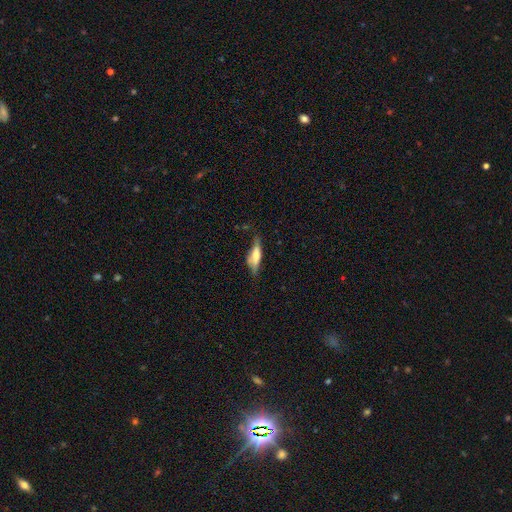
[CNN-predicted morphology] Q: Smooth or featured?
A: smooth (59%); runner-up: featured or disk (34%)
Q: How rounded?
A: cigar-shaped (50%); runner-up: in between (47%)
Q: Merging?
A: none (53%); runner-up: minor disturbance (31%)